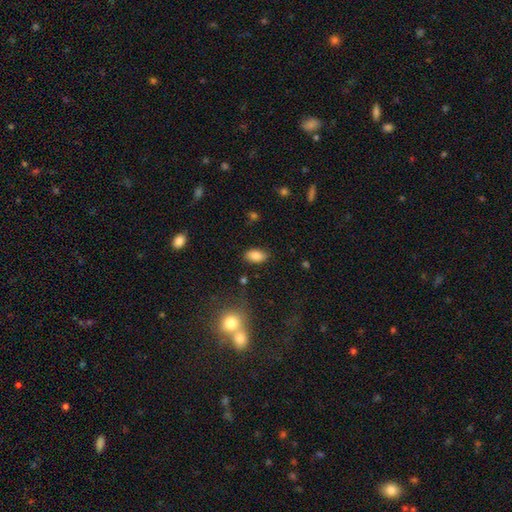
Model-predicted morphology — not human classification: type=smooth (85%); roundness=in between (92%); merging=none (84%).